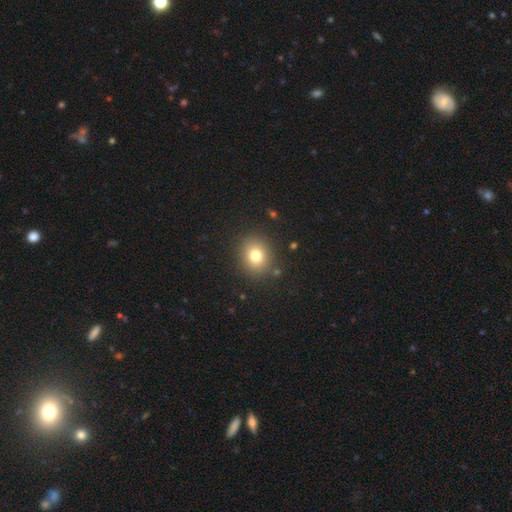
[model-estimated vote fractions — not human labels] smooth_or_featured: smooth (p=0.77) [alt: star or artifact p=0.13]
how_rounded: round (p=0.74) [alt: in between p=0.25]
merging: none (p=0.88) [alt: minor disturbance p=0.08]